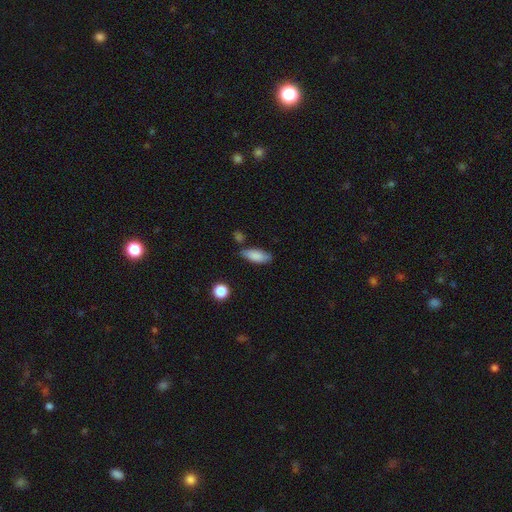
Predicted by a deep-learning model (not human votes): The model was most divided on "merging": none: 70%, minor disturbance: 20%, merger: 6%, major disturbance: 4%. More confident: smooth or featured — smooth (85%); how rounded — in between (80%).